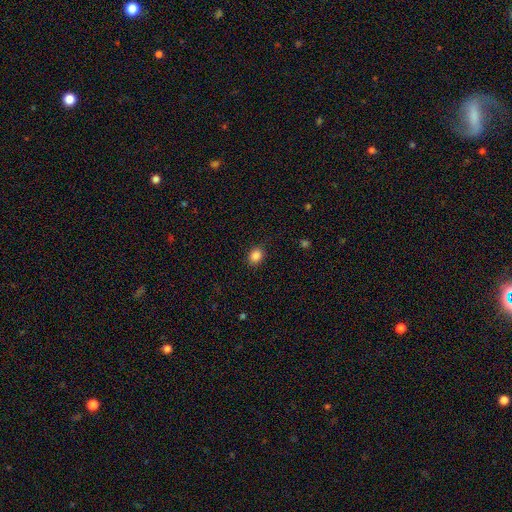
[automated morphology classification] smooth-or-featured: smooth: 87% | star or artifact: 9% | featured or disk: 3%
  how-rounded: in between: 56% | round: 43% | cigar-shaped: 1%
  merging: none: 87% | minor disturbance: 9% | major disturbance: 3% | merger: 1%